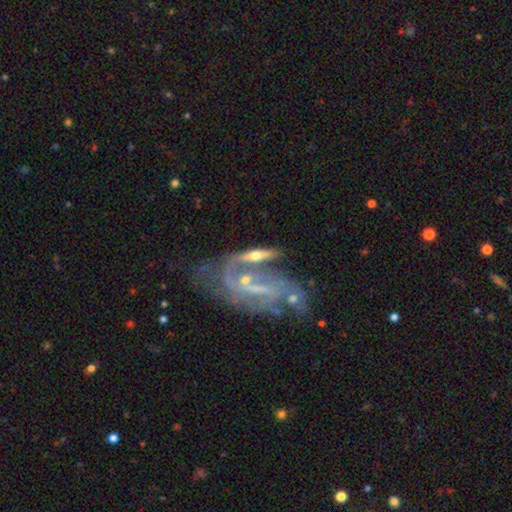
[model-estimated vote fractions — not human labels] A featured or disk galaxy (63%) with not edge-on (50%, tied with yes). Merging: merger (40%).